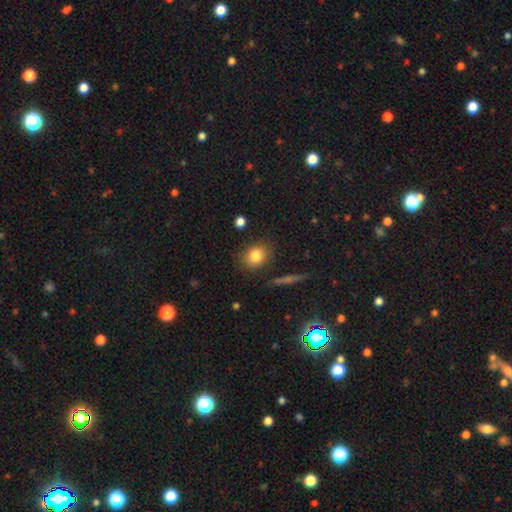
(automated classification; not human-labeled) smooth 82%, star or artifact 10%, featured or disk 8%. Down the decision tree: how rounded — round (61%); merging — none (83%).